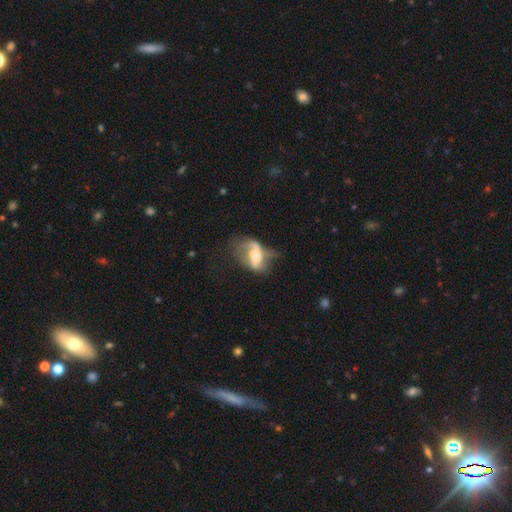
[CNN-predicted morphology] Q: Smooth or featured?
A: featured or disk (62%); runner-up: smooth (31%)
Q: Edge-on disk?
A: no (90%); runner-up: yes (10%)
Q: Bar?
A: no (38%); runner-up: weak (31%)
Q: Spiral arms?
A: no (52%); runner-up: yes (48%)
Q: Bulge size?
A: moderate (65%); runner-up: small (22%)
Q: Merging?
A: major disturbance (35%); runner-up: none (33%)